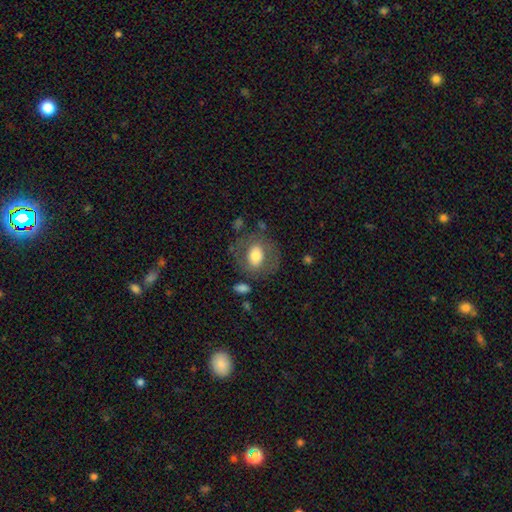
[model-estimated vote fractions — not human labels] Smooth or featured?
  - smooth: 60% *
  - featured or disk: 32%
  - star or artifact: 8%
How rounded?
  - round: 53% *
  - in between: 45%
  - cigar-shaped: 1%
Merging?
  - none: 70% *
  - minor disturbance: 15%
  - major disturbance: 12%
  - merger: 3%